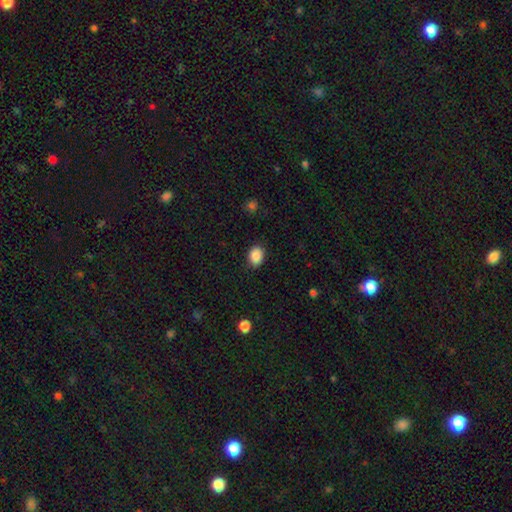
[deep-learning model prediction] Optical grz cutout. It shows a smooth galaxy with no disk features (88%) that is in between round and cigar-shaped (63%). Merging: none (86%).